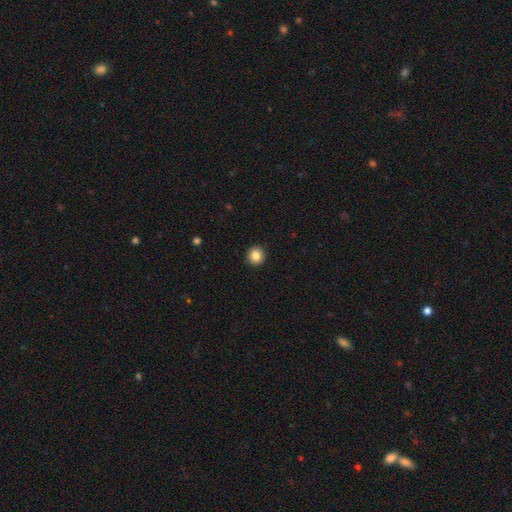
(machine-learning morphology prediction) smooth 85%, star or artifact 10%, featured or disk 5%. Down the decision tree: how rounded — round (93%); merging — none (93%).